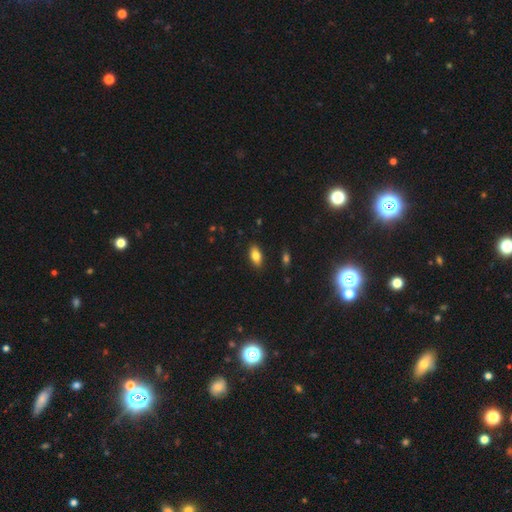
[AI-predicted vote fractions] smooth_or_featured: smooth (p=0.81) [alt: featured or disk p=0.11]
how_rounded: in between (p=0.89) [alt: cigar-shaped p=0.06]
merging: none (p=0.87) [alt: minor disturbance p=0.10]